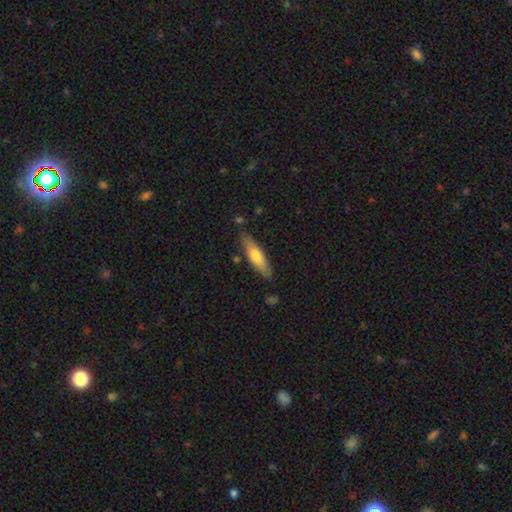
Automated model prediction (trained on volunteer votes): Q: Smooth or featured?
A: smooth (59%); runner-up: featured or disk (36%)
Q: How rounded?
A: cigar-shaped (69%); runner-up: in between (29%)
Q: Merging?
A: none (82%); runner-up: minor disturbance (13%)